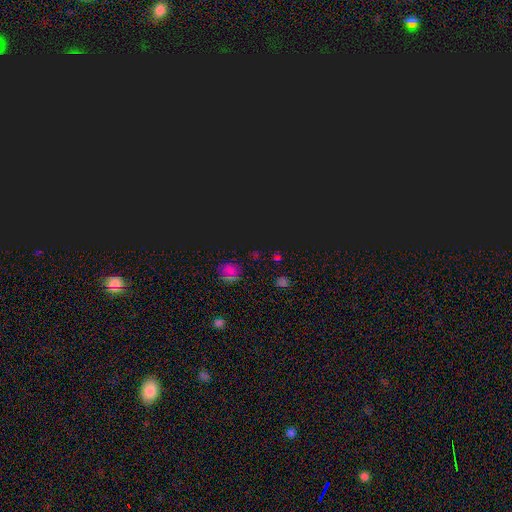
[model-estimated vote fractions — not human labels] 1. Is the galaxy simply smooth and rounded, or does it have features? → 69% star or artifact, 24% smooth, 7% featured or disk.